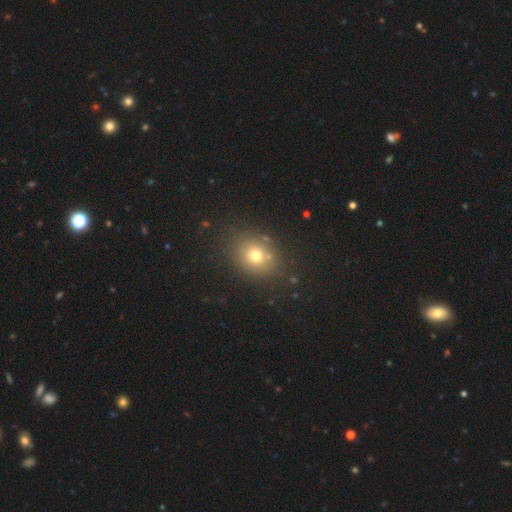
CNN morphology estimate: Smooth or featured? smooth (72%)
How rounded? round (64%)
Merging? none (81%)